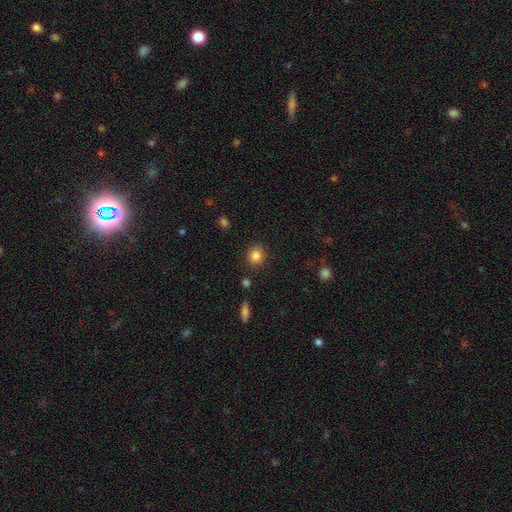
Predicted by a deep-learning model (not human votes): This is clearly a smooth galaxy (84%). How rounded: likely round (69%). Merging: clearly none (86%).